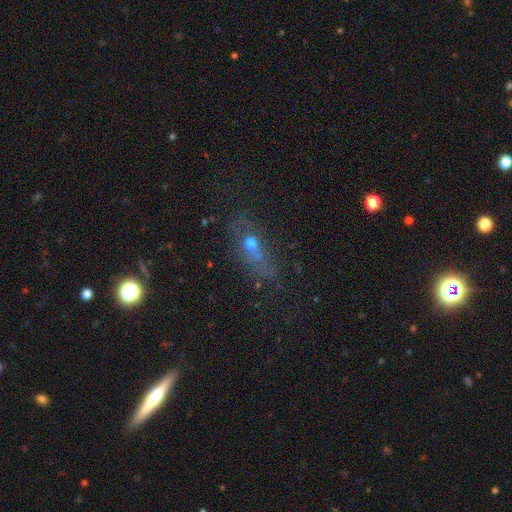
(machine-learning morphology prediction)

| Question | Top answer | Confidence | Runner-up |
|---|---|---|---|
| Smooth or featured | smooth | 43% | featured or disk (29%) |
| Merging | none | 47% | minor disturbance (21%) |